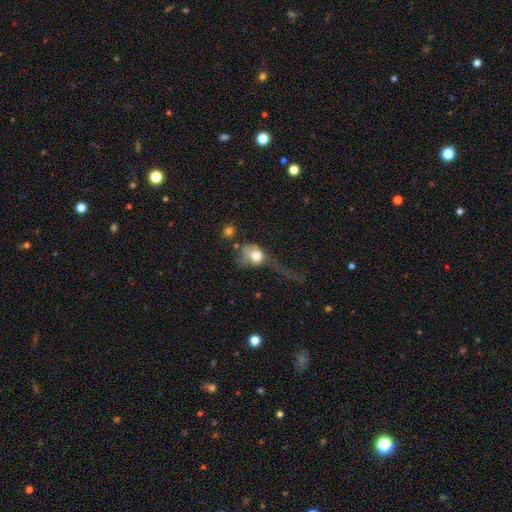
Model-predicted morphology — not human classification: This appears to be a smooth galaxy with no disk features (68%) that is in between round and cigar-shaped (50%). Merging: major disturbance (61%).